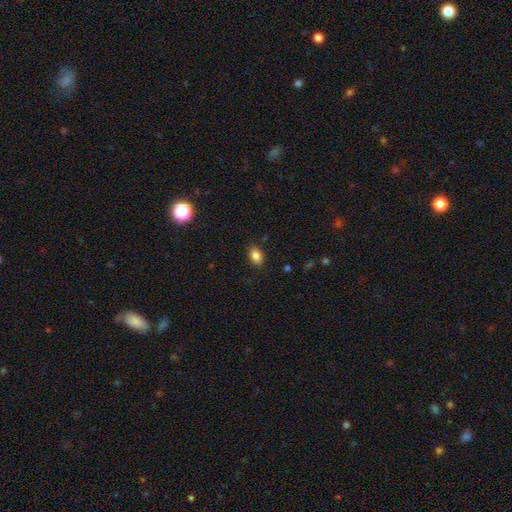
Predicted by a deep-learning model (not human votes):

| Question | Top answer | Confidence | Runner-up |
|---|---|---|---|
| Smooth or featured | smooth | 85% | star or artifact (10%) |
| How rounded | in between | 81% | round (18%) |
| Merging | none | 86% | minor disturbance (10%) |